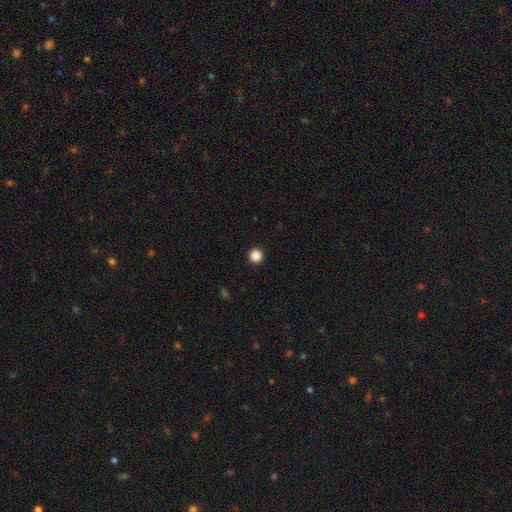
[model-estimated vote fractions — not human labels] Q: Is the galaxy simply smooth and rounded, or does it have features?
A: smooth — 87%.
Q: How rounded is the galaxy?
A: round — 96%.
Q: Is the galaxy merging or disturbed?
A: none — 94%.